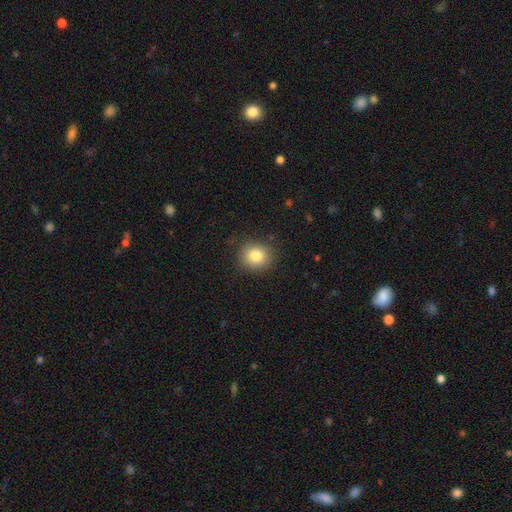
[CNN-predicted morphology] type=smooth (83%); roundness=round (82%); merging=none (87%).